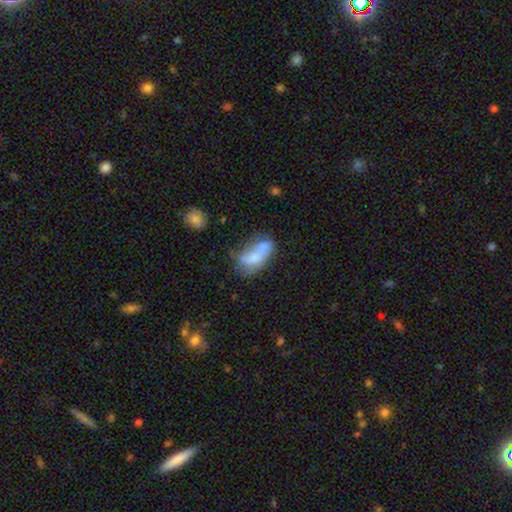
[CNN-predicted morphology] Q: Smooth or featured?
A: smooth (61%); runner-up: featured or disk (29%)
Q: How rounded?
A: in between (86%); runner-up: cigar-shaped (8%)
Q: Merging?
A: merger (42%); runner-up: none (27%)